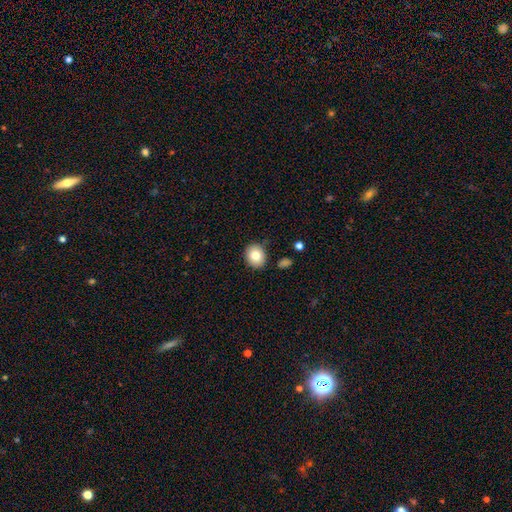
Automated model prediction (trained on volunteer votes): Overall: smooth (82%). How rounded: round (69%; in between 30%). Merging: none (85%).